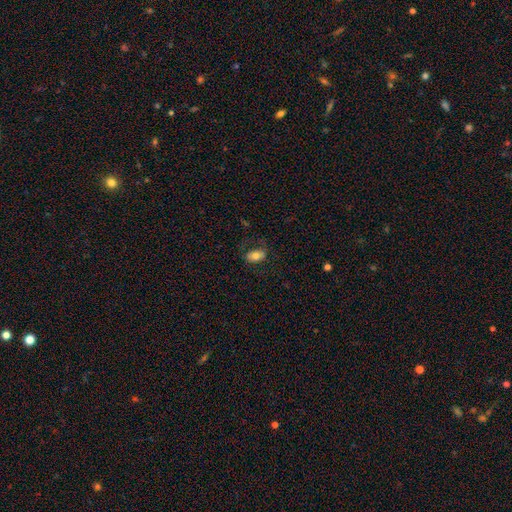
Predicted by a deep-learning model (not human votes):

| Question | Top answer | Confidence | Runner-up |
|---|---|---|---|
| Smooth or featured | smooth | 73% | featured or disk (19%) |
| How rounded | in between | 90% | round (8%) |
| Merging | none | 69% | minor disturbance (19%) |